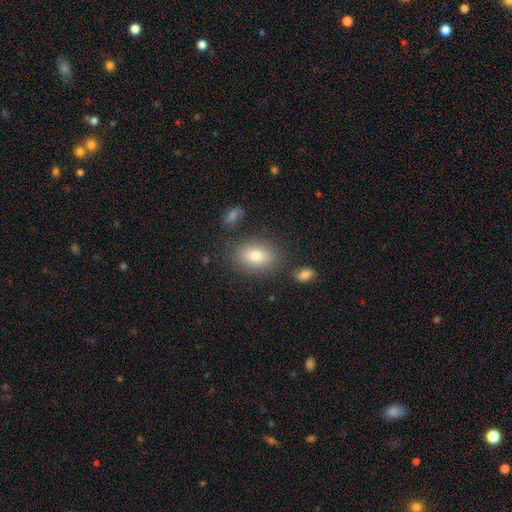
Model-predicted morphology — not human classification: This appears to be a smooth galaxy with no disk features (80%) that is in between round and cigar-shaped (83%). Merging: none (80%).